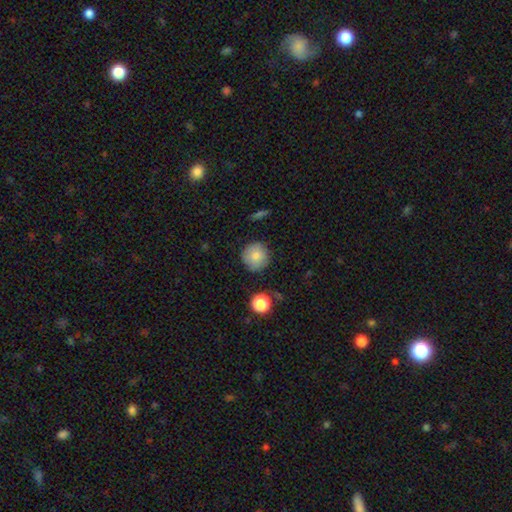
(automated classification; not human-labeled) A smooth galaxy with no disk features (81%) that is round (95%).

Vote fractions:
- Smooth or featured? smooth: 81% / featured or disk: 10% / star or artifact: 9%
- How rounded? round: 95% / in between: 4% / cigar-shaped: 1%
- Merging? none: 84% / minor disturbance: 11% / major disturbance: 3% / merger: 2%